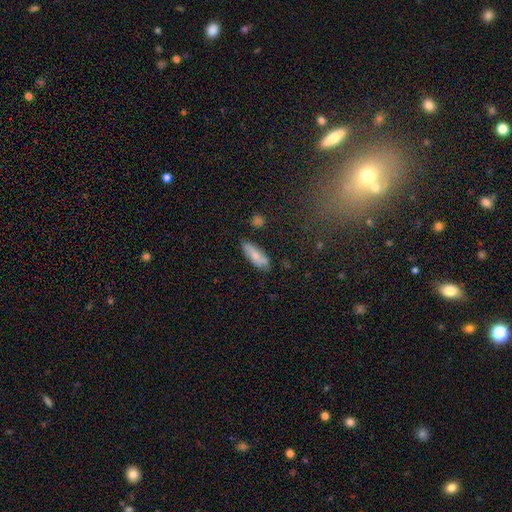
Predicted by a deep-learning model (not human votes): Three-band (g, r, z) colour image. It shows a smooth galaxy with no disk features (75%) that is in between round and cigar-shaped (59%). Merging: none (73%).